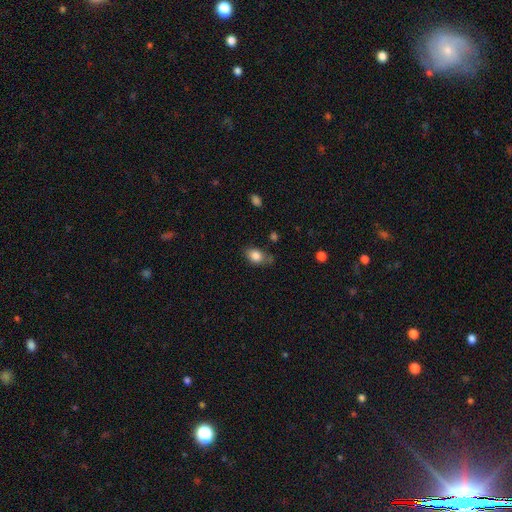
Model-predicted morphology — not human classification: Q: Smooth or featured?
A: smooth (84%); runner-up: star or artifact (9%)
Q: How rounded?
A: in between (75%); runner-up: round (24%)
Q: Merging?
A: none (67%); runner-up: minor disturbance (22%)